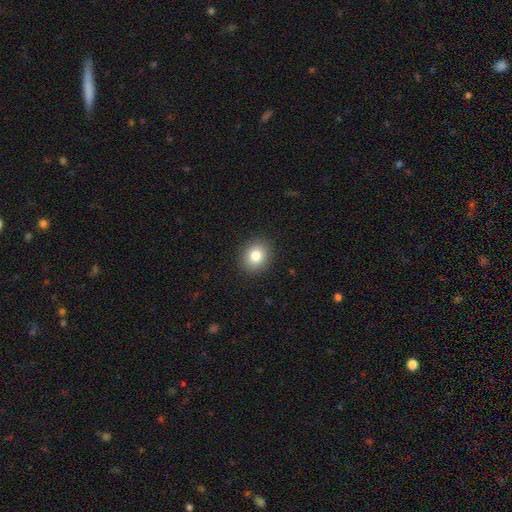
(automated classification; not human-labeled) Overall: smooth (81%). How rounded: round (69%; in between 30%). Merging: none (91%).